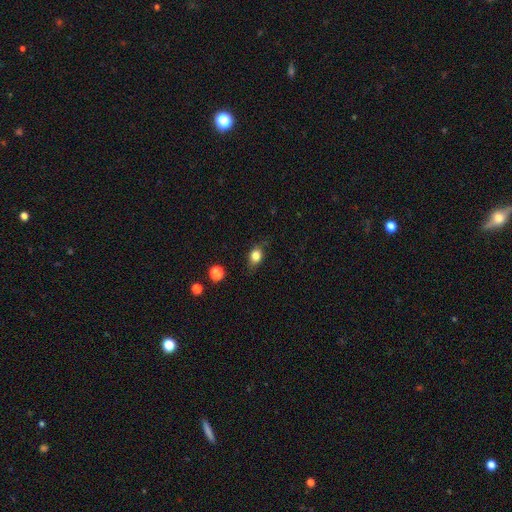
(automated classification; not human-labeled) Morphology: type=smooth (81%); roundness=in between (66%); merging=none (75%).